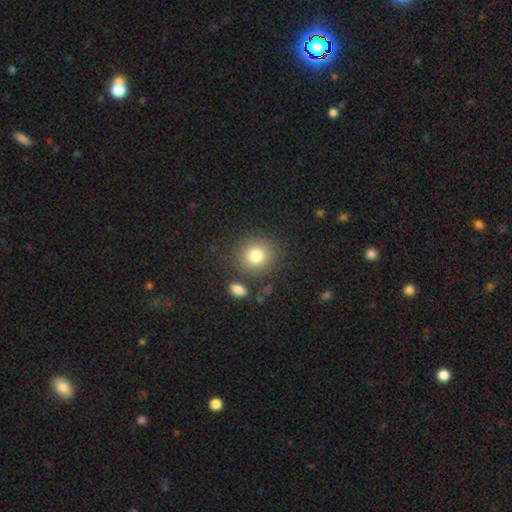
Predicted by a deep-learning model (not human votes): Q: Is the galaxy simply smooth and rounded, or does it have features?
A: smooth — 80%.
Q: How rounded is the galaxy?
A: round — 85%.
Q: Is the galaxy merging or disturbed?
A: none — 82%.